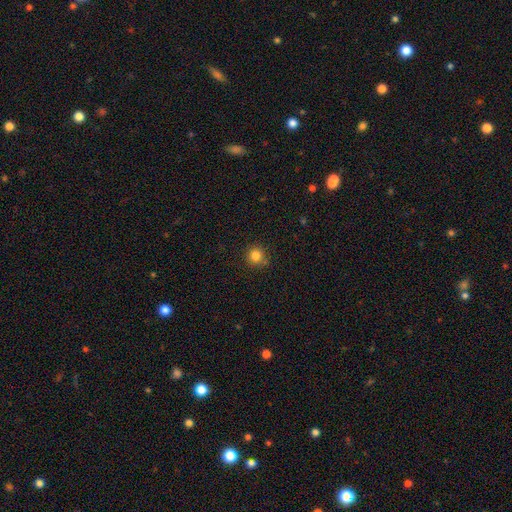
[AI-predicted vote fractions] A smooth galaxy with no disk features (83%) that is round (94%).

Vote fractions:
- Smooth or featured? smooth: 83% / star or artifact: 12% / featured or disk: 5%
- How rounded? round: 94% / in between: 5% / cigar-shaped: 1%
- Merging? none: 85% / minor disturbance: 10% / merger: 2% / major disturbance: 2%